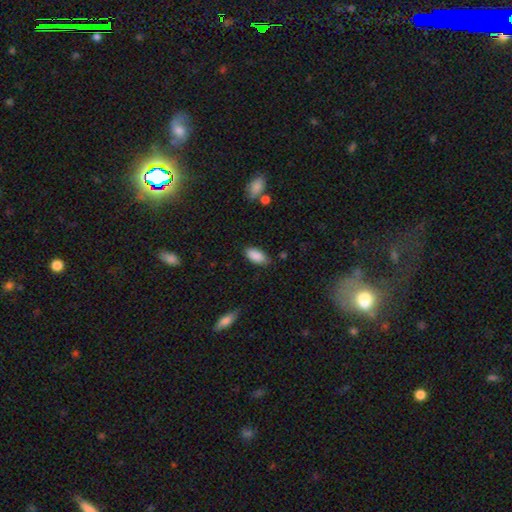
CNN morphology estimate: smooth-or-featured: smooth: 89% | star or artifact: 7% | featured or disk: 5%
  how-rounded: in between: 91% | cigar-shaped: 7% | round: 2%
  merging: none: 81% | minor disturbance: 15% | major disturbance: 3% | merger: 2%